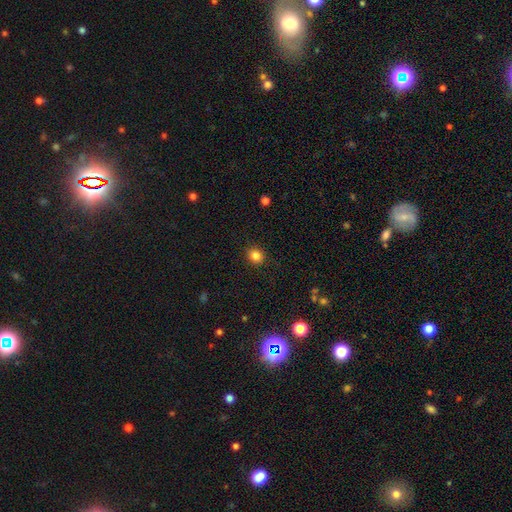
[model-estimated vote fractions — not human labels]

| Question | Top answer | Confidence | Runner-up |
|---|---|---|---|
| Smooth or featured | smooth | 84% | star or artifact (11%) |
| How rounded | round | 69% | in between (30%) |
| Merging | none | 90% | minor disturbance (7%) |